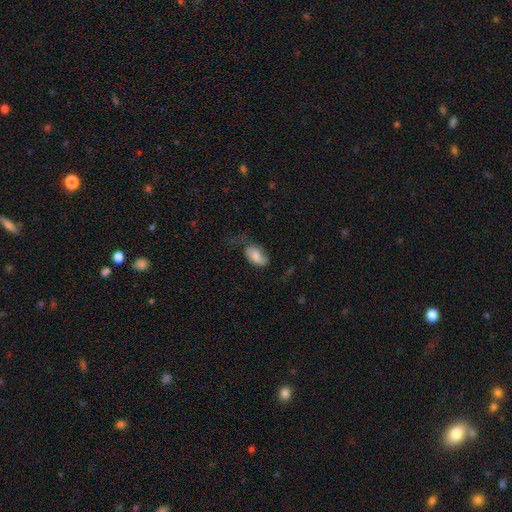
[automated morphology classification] Smooth or featured? Predicted: smooth (p=0.68). How rounded? Predicted: in between (p=0.91). Merging? Predicted: none (p=0.36).